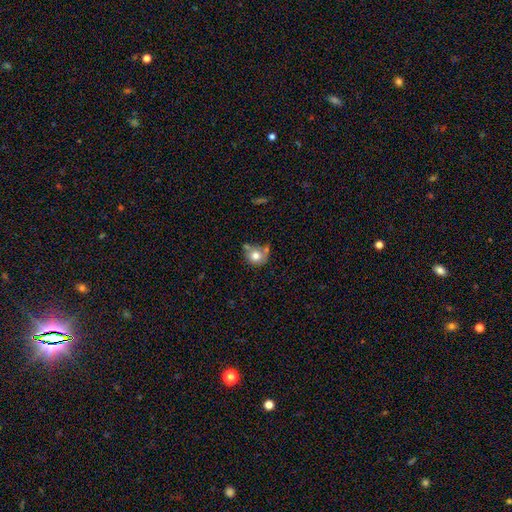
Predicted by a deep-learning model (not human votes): The model was most divided on "merging": none: 53%, merger: 21%, minor disturbance: 19%, major disturbance: 7%. More confident: how rounded — round (83%); smooth or featured — smooth (76%).